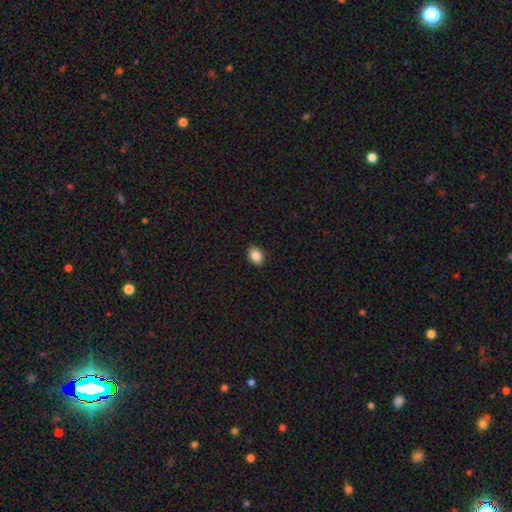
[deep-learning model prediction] Overall: smooth (86%). How rounded: in between (76%). Merging: none (89%).